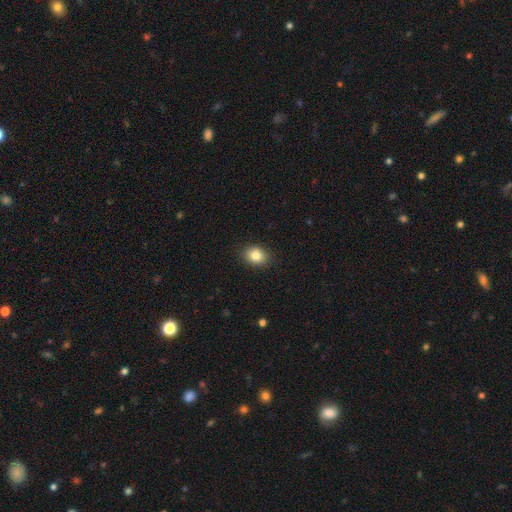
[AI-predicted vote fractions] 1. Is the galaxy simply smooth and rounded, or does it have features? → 84% smooth, 10% star or artifact, 7% featured or disk.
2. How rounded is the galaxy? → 52% in between, 47% round, 1% cigar-shaped.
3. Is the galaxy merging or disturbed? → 89% none, 8% minor disturbance, 2% major disturbance, 1% merger.